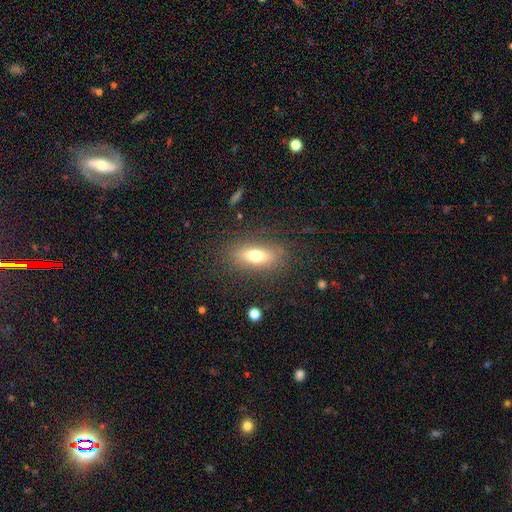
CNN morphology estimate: The model was most divided on "how rounded": in between: 70%, cigar-shaped: 25%, round: 5%. More confident: merging — none (80%); smooth or featured — smooth (68%).